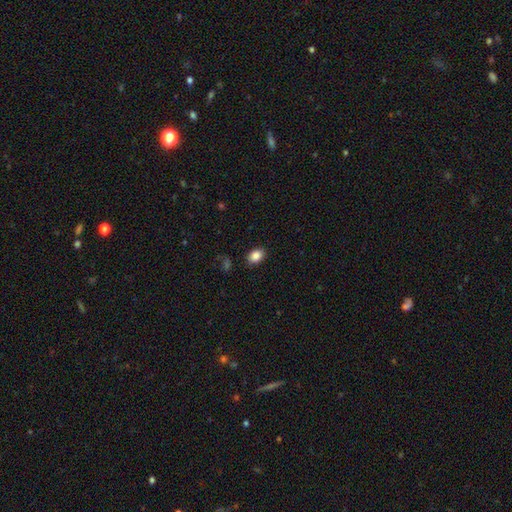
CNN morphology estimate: smooth-or-featured: smooth: 87% | star or artifact: 9% | featured or disk: 4%
  how-rounded: in between: 76% | round: 23% | cigar-shaped: 1%
  merging: none: 87% | minor disturbance: 9% | major disturbance: 2% | merger: 1%